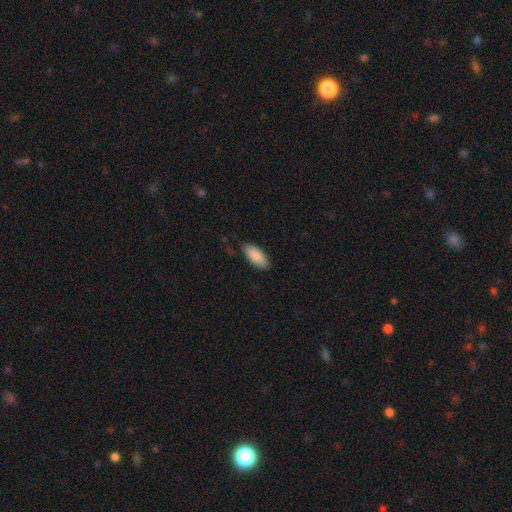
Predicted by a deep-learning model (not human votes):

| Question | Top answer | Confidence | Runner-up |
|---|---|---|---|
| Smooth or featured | smooth | 88% | featured or disk (6%) |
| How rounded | in between | 88% | cigar-shaped (11%) |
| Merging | none | 83% | minor disturbance (13%) |